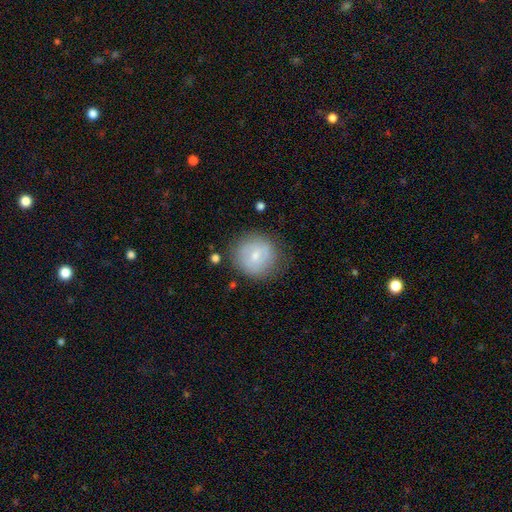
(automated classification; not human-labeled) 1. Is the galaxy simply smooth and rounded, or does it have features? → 64% smooth, 28% featured or disk, 8% star or artifact.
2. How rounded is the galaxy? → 91% round, 8% in between, 1% cigar-shaped.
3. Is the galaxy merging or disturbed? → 75% none, 16% minor disturbance, 6% major disturbance, 2% merger.